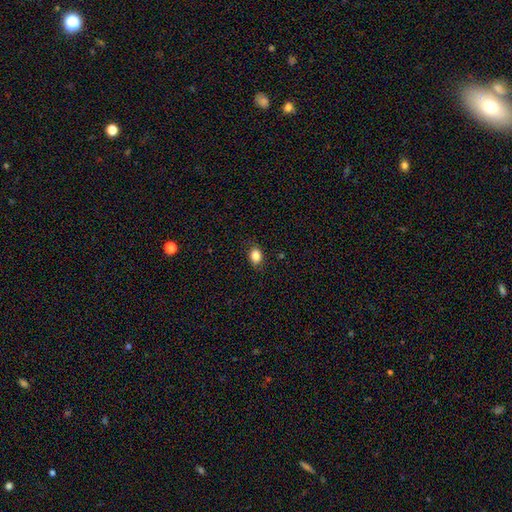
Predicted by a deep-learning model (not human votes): The model was most divided on "how rounded": in between: 63%, round: 36%, cigar-shaped: 1%. More confident: merging — none (87%); smooth or featured — smooth (86%).